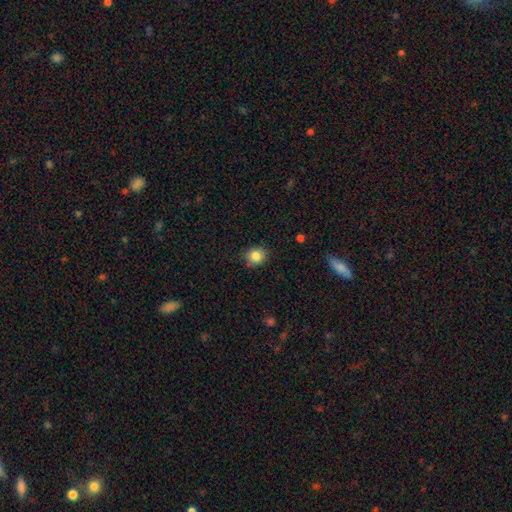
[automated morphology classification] smooth 83%, star or artifact 10%, featured or disk 6%. Down the decision tree: how rounded — round (82%); merging — none (83%).